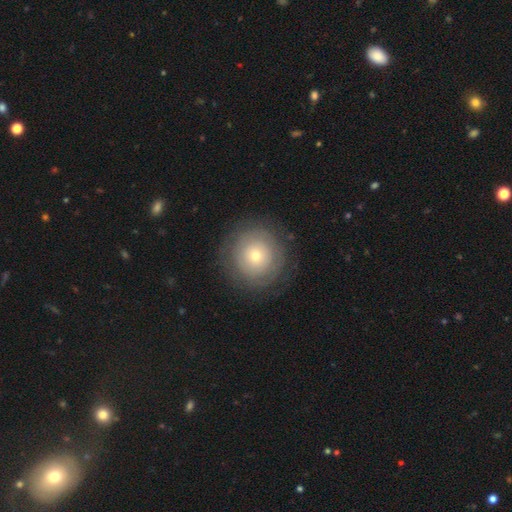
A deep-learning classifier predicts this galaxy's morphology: type=smooth (55%); roundness=round (94%); merging=none (85%).